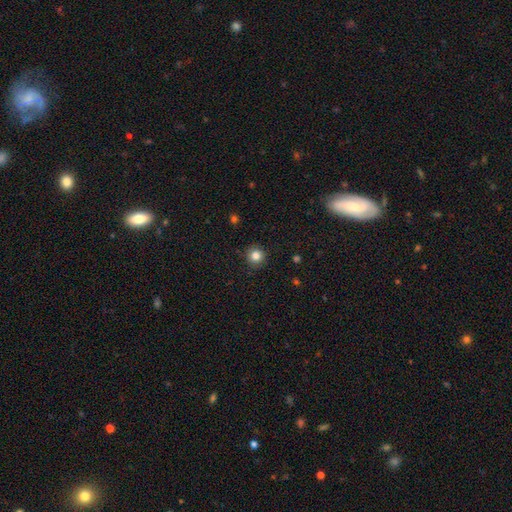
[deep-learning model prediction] Smooth or featured? Predicted: smooth (p=0.83). How rounded? Predicted: round (p=0.94). Merging? Predicted: none (p=0.90).